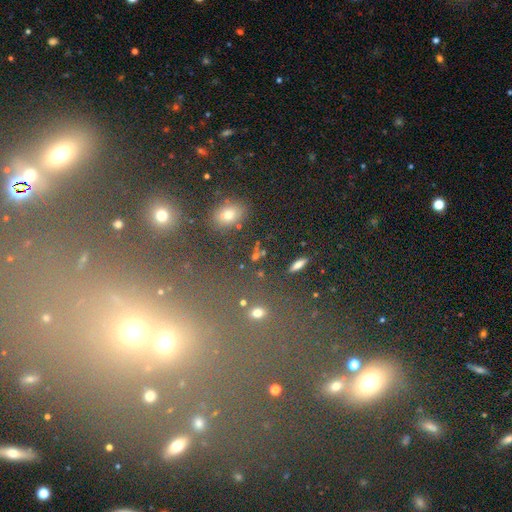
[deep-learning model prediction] smooth 50%, star or artifact 37%, featured or disk 12%. Down the decision tree: how rounded — in between (64%); merging — none (79%).